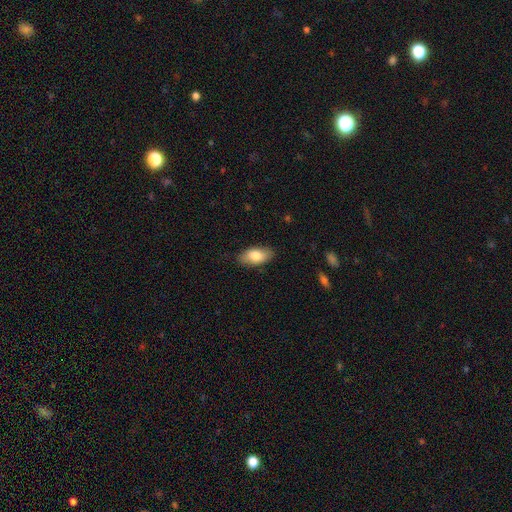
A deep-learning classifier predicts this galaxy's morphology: Smooth or featured: smooth — 80% (featured or disk — 14%)
How rounded: in between — 91% (cigar-shaped — 6%)
Merging: none — 86% (minor disturbance — 11%)